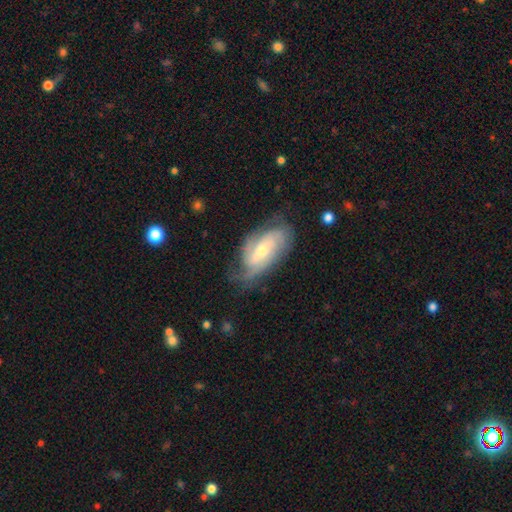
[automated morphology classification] Q: Smooth or featured?
A: featured or disk (79%); runner-up: smooth (16%)
Q: Edge-on disk?
A: no (94%); runner-up: yes (6%)
Q: Bar?
A: no (41%); runner-up: weak (40%)
Q: Spiral arms?
A: yes (94%); runner-up: no (6%)
Q: Spiral winding?
A: tight (45%); runner-up: medium (39%)
Q: Spiral arm count?
A: 2 (39%); runner-up: can't tell (26%)
Q: Bulge size?
A: moderate (49%); runner-up: small (46%)
Q: Merging?
A: none (65%); runner-up: minor disturbance (24%)